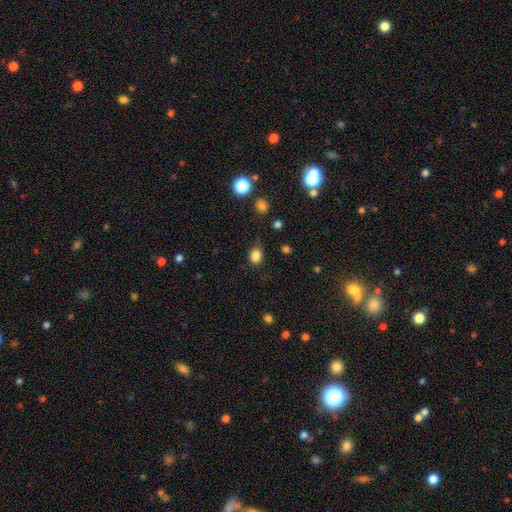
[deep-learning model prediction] smooth 83%, star or artifact 12%, featured or disk 5%. Down the decision tree: how rounded — in between (62%); merging — none (61%).